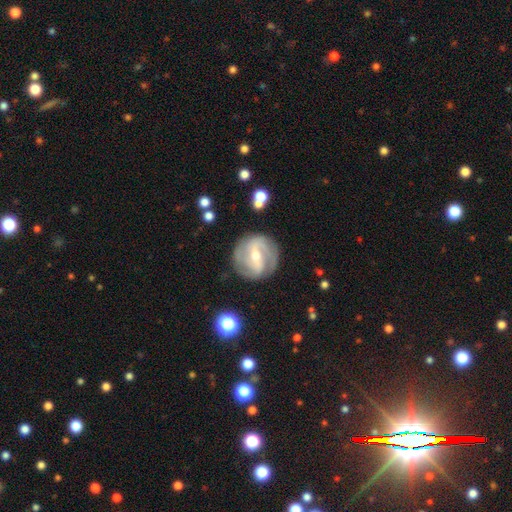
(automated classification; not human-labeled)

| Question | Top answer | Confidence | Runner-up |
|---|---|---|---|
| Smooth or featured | featured or disk | 81% | smooth (13%) |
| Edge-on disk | no | 96% | yes (4%) |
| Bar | strong | 41% | tied: weak (41%) |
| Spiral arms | yes | 91% | no (9%) |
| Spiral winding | medium | 43% | tight (38%) |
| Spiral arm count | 2 | 54% | 3 (19%) |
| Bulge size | moderate | 50% | small (46%) |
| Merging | none | 81% | minor disturbance (12%) |